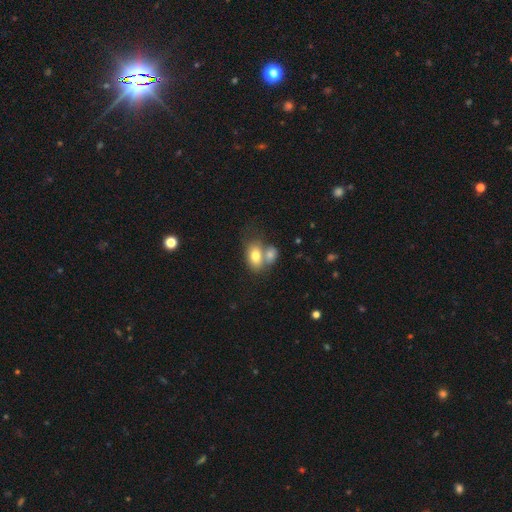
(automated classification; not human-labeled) This appears to be a smooth galaxy with no disk features (76%) that is in between round and cigar-shaped (83%). Merging: merger (55%).